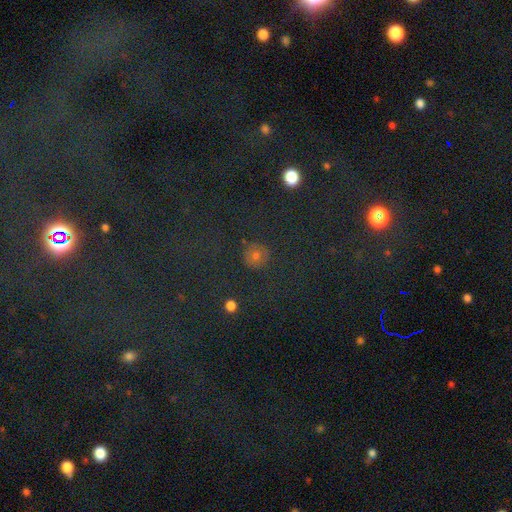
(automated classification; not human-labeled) smooth 63%, star or artifact 28%, featured or disk 9%. Down the decision tree: how rounded — round (92%); merging — none (88%).